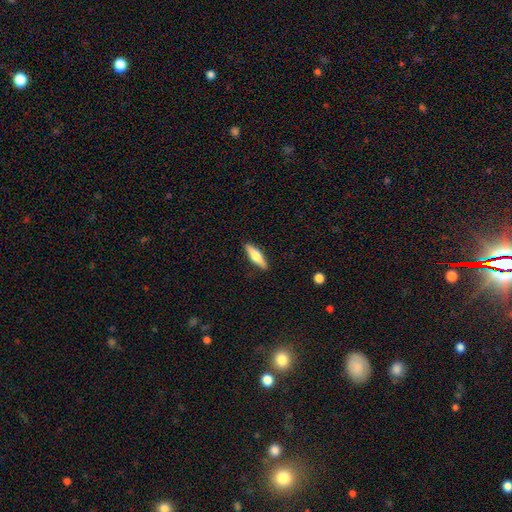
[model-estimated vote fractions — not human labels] smooth-or-featured: smooth: 61% | featured or disk: 34% | star or artifact: 6%
  how-rounded: cigar-shaped: 64% | in between: 34% | round: 2%
  merging: none: 89% | minor disturbance: 8% | major disturbance: 2% | merger: 1%